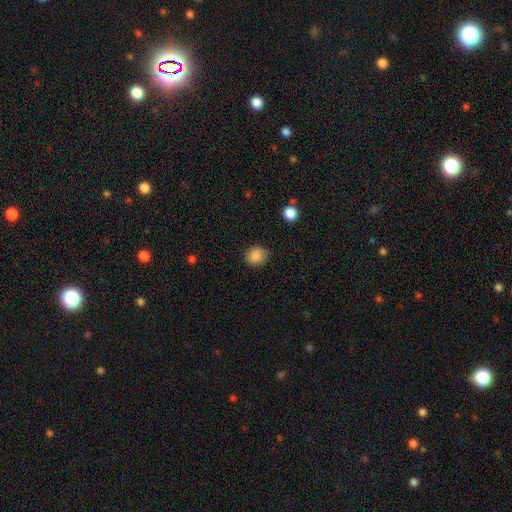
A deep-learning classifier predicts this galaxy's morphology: This appears to be a smooth galaxy with no disk features (87%) that is round (71%). Merging: none (82%).